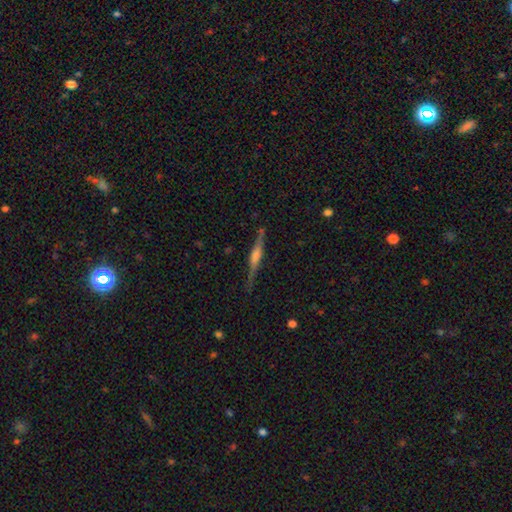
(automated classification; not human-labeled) smooth-or-featured: featured or disk: 73% | smooth: 20% | star or artifact: 7%
  disk-edge-on: yes: 97% | no: 3%
    edge-on-bulge: rounded: 69% | boxy: 22% | none: 9%
  merging: none: 82% | minor disturbance: 13% | major disturbance: 3% | merger: 2%